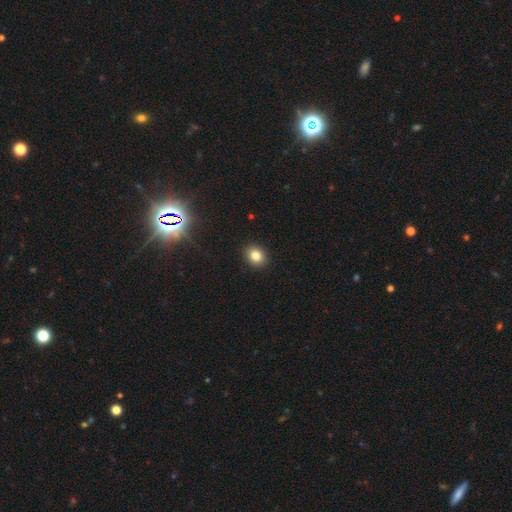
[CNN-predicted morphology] The model was most divided on "how rounded": round: 62%, in between: 37%, cigar-shaped: 1%. More confident: merging — none (91%); smooth or featured — smooth (82%).